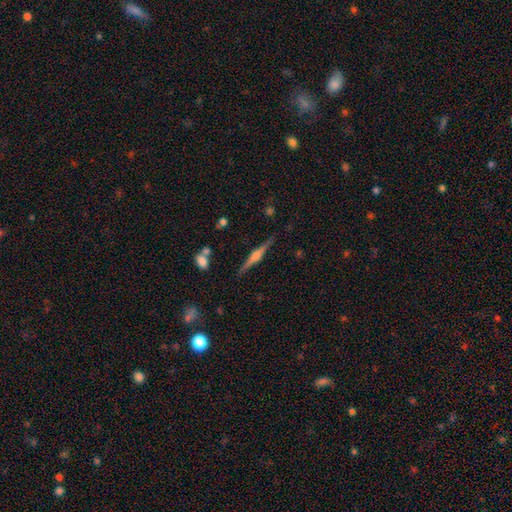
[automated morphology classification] A featured or disk galaxy (79%) viewed edge-on (98%) with a rounded central bulge (82%). Merging: none (88%).